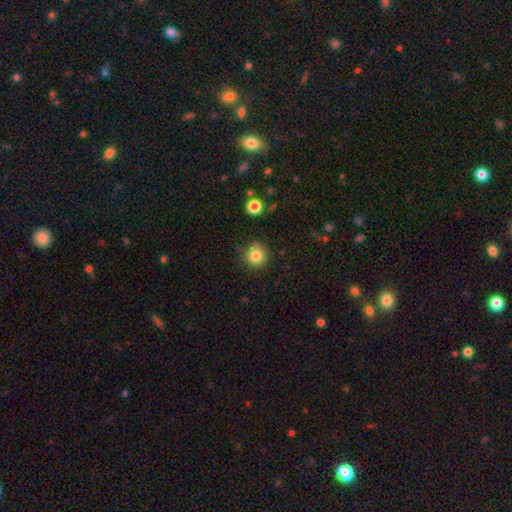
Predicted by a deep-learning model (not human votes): Smooth or featured?
  - smooth: 83% *
  - star or artifact: 11%
  - featured or disk: 6%
How rounded?
  - round: 93% *
  - in between: 6%
  - cigar-shaped: 1%
Merging?
  - none: 81% *
  - minor disturbance: 13%
  - major disturbance: 3%
  - merger: 3%